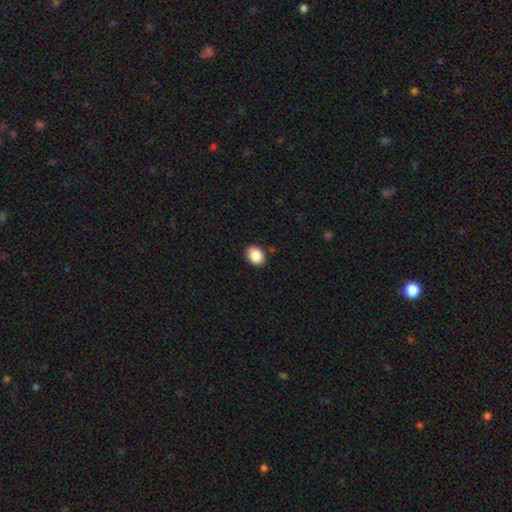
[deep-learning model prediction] The model was most divided on "how rounded": in between: 62%, round: 37%, cigar-shaped: 1%. More confident: merging — none (89%); smooth or featured — smooth (88%).